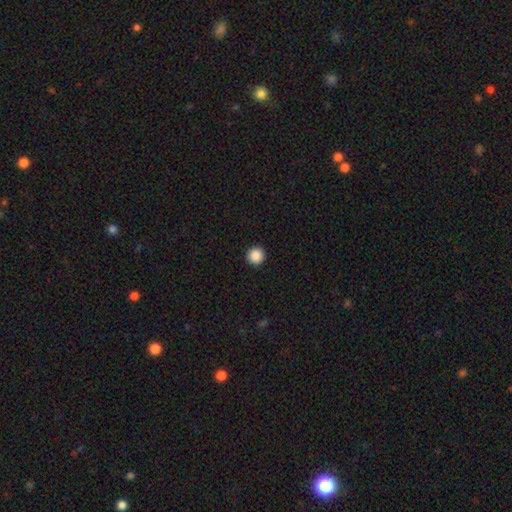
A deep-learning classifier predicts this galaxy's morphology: Q: Smooth or featured?
A: smooth (88%); runner-up: star or artifact (9%)
Q: How rounded?
A: round (96%); runner-up: in between (3%)
Q: Merging?
A: none (93%); runner-up: minor disturbance (4%)